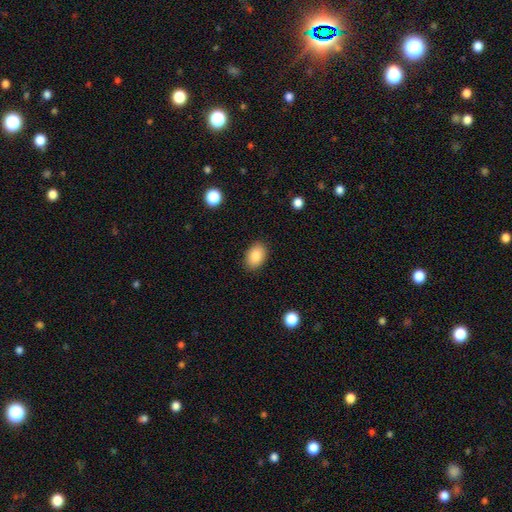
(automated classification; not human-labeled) smooth-or-featured: smooth: 87% | star or artifact: 8% | featured or disk: 6%
  how-rounded: in between: 84% | round: 15% | cigar-shaped: 1%
  merging: none: 88% | minor disturbance: 9% | major disturbance: 2% | merger: 1%